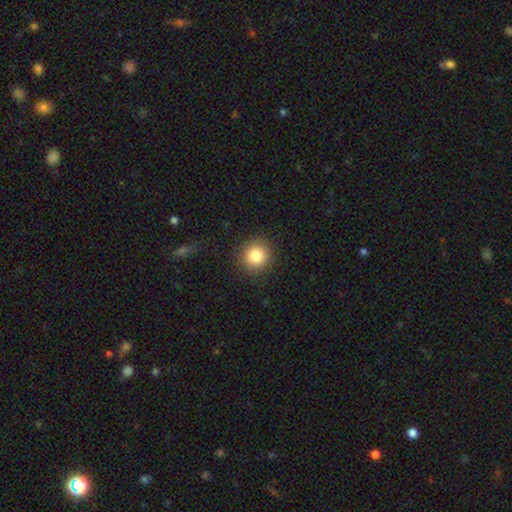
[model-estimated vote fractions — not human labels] Smooth or featured? Predicted: smooth (p=0.83). How rounded? Predicted: round (p=0.91). Merging? Predicted: none (p=0.89).